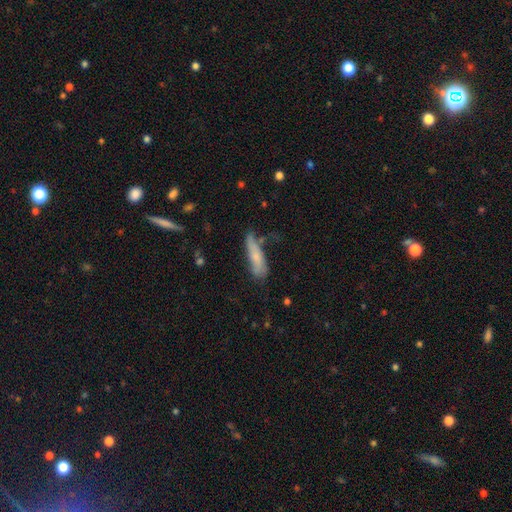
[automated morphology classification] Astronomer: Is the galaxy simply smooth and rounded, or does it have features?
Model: smooth — 64%.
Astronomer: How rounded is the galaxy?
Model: cigar-shaped — 69%.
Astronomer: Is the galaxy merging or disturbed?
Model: none — 51% (runner-up: minor disturbance, 31%).